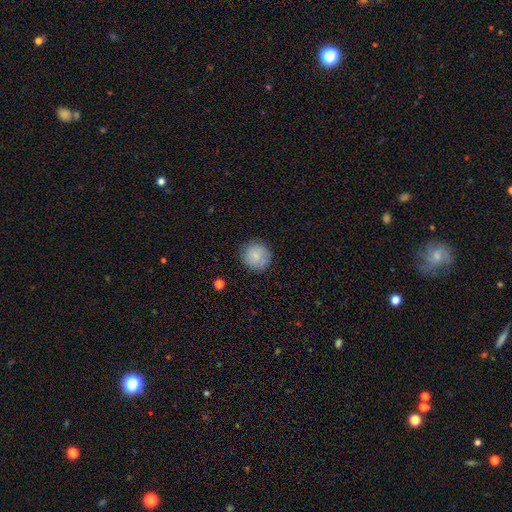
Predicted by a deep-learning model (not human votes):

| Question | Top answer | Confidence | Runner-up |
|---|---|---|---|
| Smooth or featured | smooth | 83% | featured or disk (10%) |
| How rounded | round | 93% | in between (6%) |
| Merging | none | 85% | minor disturbance (10%) |